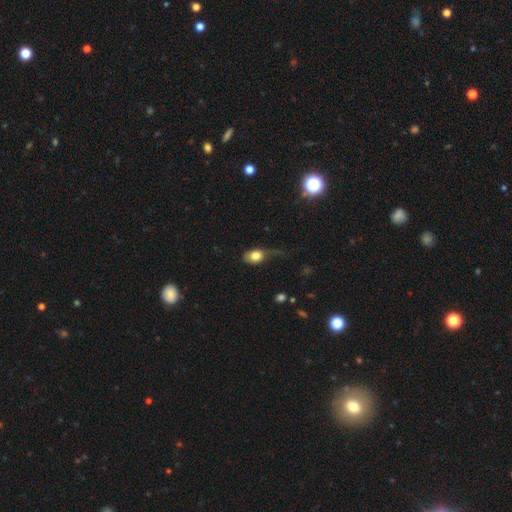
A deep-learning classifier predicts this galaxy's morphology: A smooth galaxy with no disk features (77%) that is in between round and cigar-shaped (73%). Merging: major disturbance (35%).